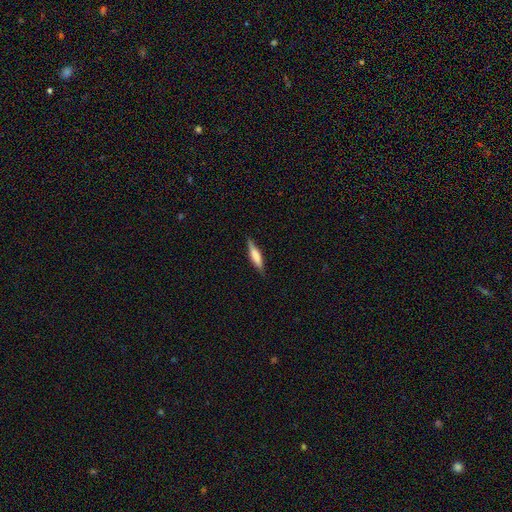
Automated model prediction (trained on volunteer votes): Smooth or featured? Predicted: smooth (p=0.59). How rounded? Predicted: cigar-shaped (p=0.78). Merging? Predicted: none (p=0.84).